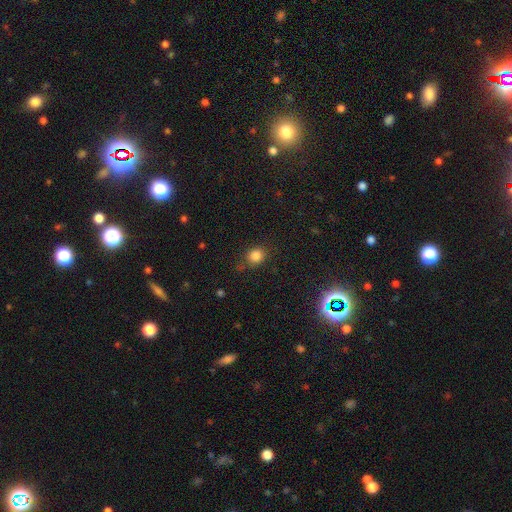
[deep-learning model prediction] A smooth galaxy with no disk features (82%) that is round (74%). Merging: none (76%).